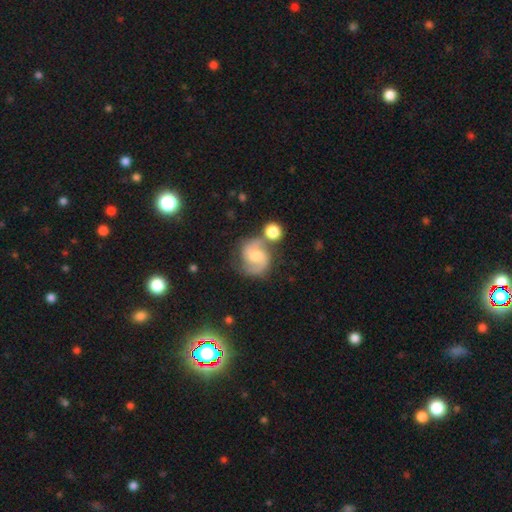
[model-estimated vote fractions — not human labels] Smooth or featured?
  - featured or disk: 75% *
  - smooth: 18%
  - star or artifact: 7%
Edge-on disk?
  - no: 98% *
  - yes: 2%
Bar?
  - weak: 46% *
  - no: 44%
  - strong: 10%
Spiral arms?
  - yes: 94% *
  - no: 6%
Spiral winding?
  - medium: 55% *
  - loose: 23%
  - tight: 22%
Spiral arm count?
  - 2: 89% *
  - can't tell: 5%
  - 1: 2%
  - 3: 2%
  - 4: 1%
  - more than 4: 1%
Bulge size?
  - moderate: 63% *
  - small: 26%
  - large: 6%
  - none: 3%
  - dominant: 1%
Merging?
  - none: 60% *
  - merger: 18%
  - minor disturbance: 16%
  - major disturbance: 6%